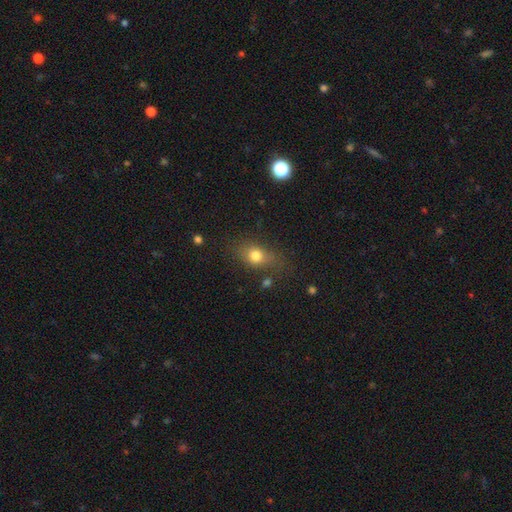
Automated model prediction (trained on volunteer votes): This appears to be a smooth galaxy with no disk features (76%) that is in between round and cigar-shaped (63%). Merging: none (67%).